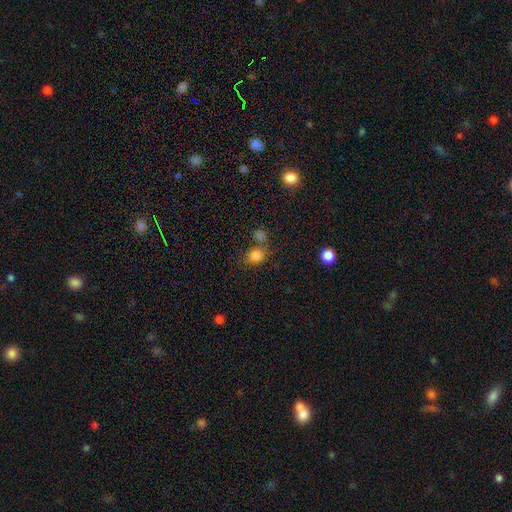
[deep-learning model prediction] Smooth or featured? smooth (82%)
How rounded? round (69%)
Merging? none (62%)